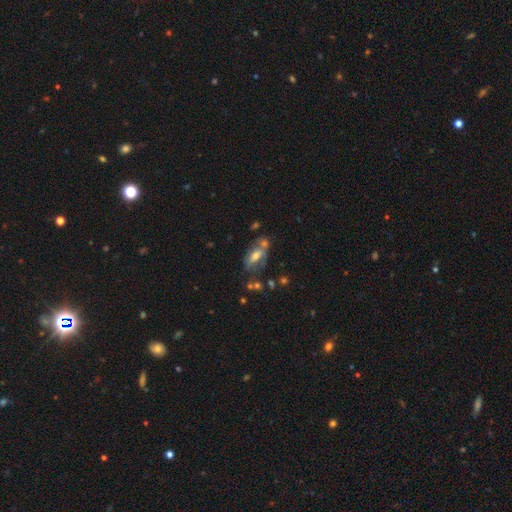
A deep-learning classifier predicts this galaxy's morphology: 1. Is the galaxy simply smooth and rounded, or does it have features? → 48% smooth, 42% featured or disk, 10% star or artifact.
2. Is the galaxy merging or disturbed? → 42% none, 27% merger, 20% minor disturbance, 12% major disturbance.